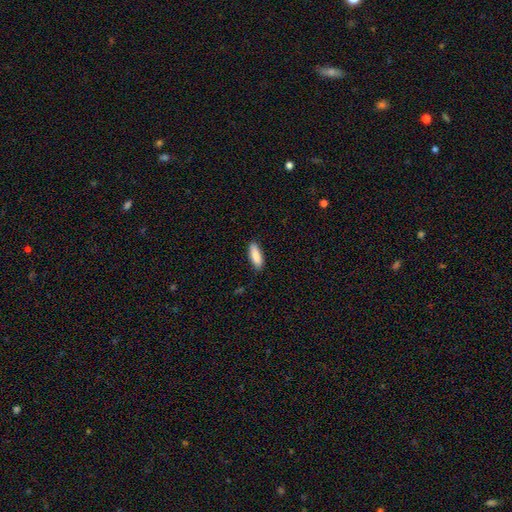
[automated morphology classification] Smooth or featured? smooth (87%)
How rounded? in between (63%)
Merging? none (88%)